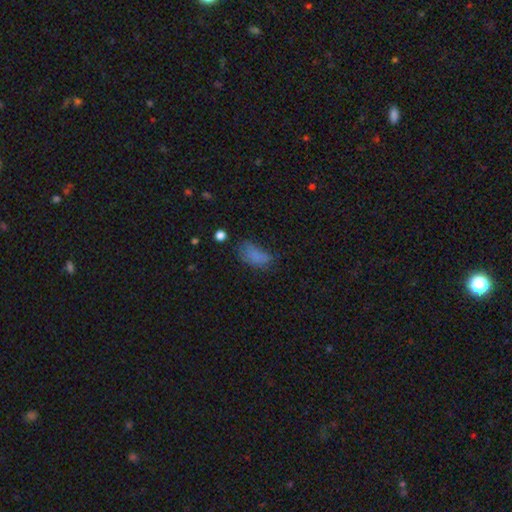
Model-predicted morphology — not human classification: type=smooth (74%); roundness=in between (90%); merging=none (44%).